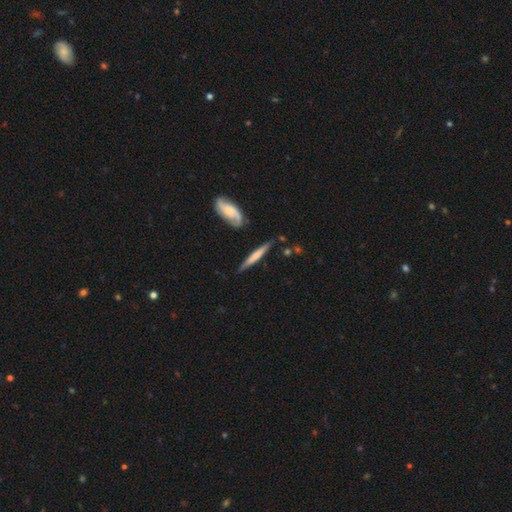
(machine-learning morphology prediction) Smooth or featured? featured or disk (50%)
Edge-on disk? yes (91%)
Merging? none (80%)